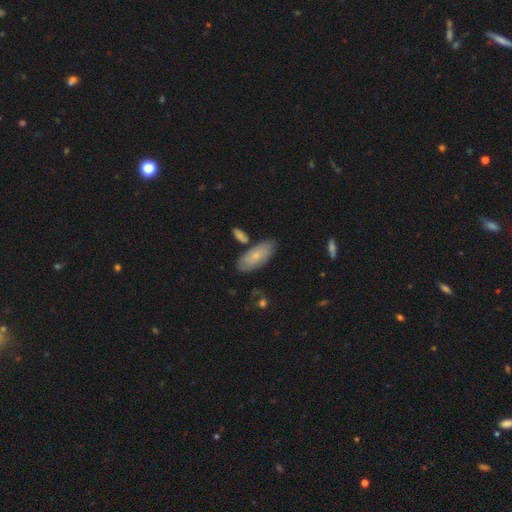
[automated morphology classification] Smooth or featured? Predicted: smooth (p=0.71). How rounded? Predicted: in between (p=0.86). Merging? Predicted: none (p=0.76).